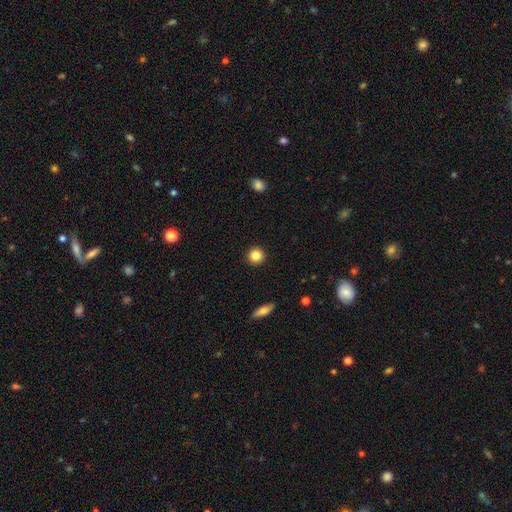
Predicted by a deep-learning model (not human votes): smooth-or-featured: smooth: 85% | star or artifact: 10% | featured or disk: 5%
  how-rounded: round: 95% | in between: 4% | cigar-shaped: 1%
  merging: none: 93% | minor disturbance: 5% | major disturbance: 2% | merger: 1%